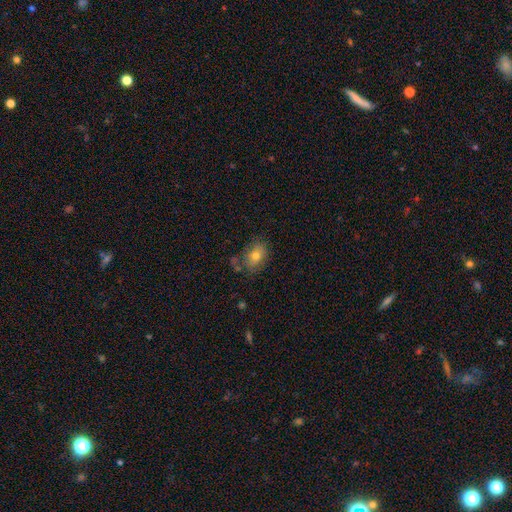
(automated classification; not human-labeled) A smooth galaxy with no disk features (73%) that is in between round and cigar-shaped (74%).

Vote fractions:
- Smooth or featured? smooth: 73% / featured or disk: 17% / star or artifact: 10%
- How rounded? in between: 74% / round: 25% / cigar-shaped: 1%
- Merging? none: 66% / minor disturbance: 20% / major disturbance: 7% / merger: 6%